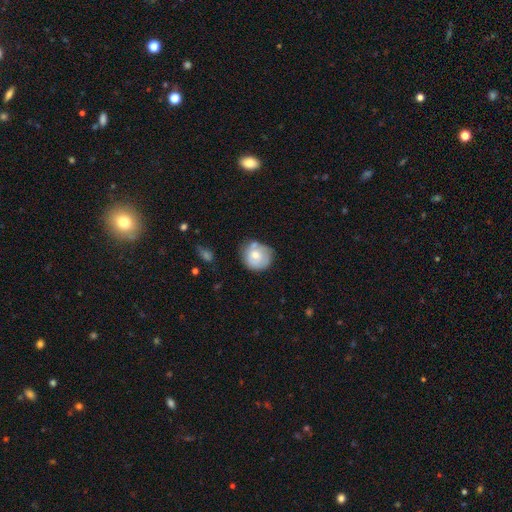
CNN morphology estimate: Smooth or featured? Predicted: smooth (p=0.59). How rounded? Predicted: round (p=0.85). Merging? Predicted: none (p=0.53).